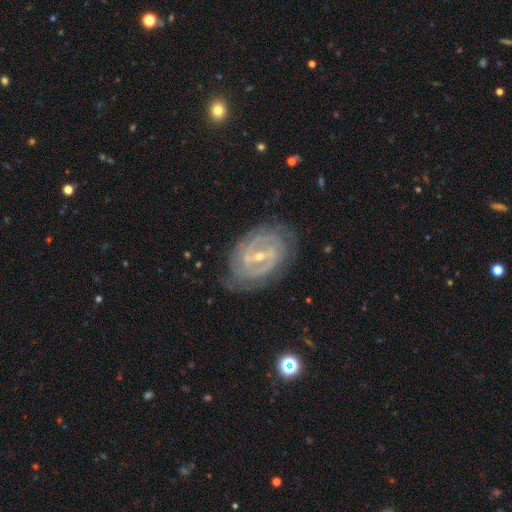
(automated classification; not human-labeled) A featured or disk galaxy (82%) with a weak bar (42%), 2 (50%) tight (68%) spiral arms (95%) and a small central bulge (70%). Merging: none (79%).